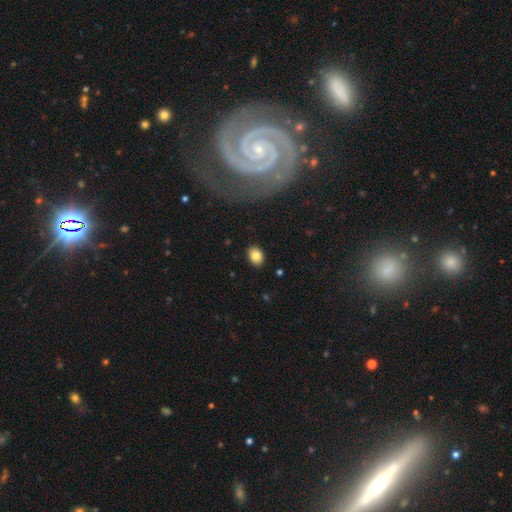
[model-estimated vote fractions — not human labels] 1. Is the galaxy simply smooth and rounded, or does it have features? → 84% smooth, 8% star or artifact, 7% featured or disk.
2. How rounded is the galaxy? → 76% in between, 23% round, 1% cigar-shaped.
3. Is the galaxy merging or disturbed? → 88% none, 9% minor disturbance, 2% major disturbance, 1% merger.